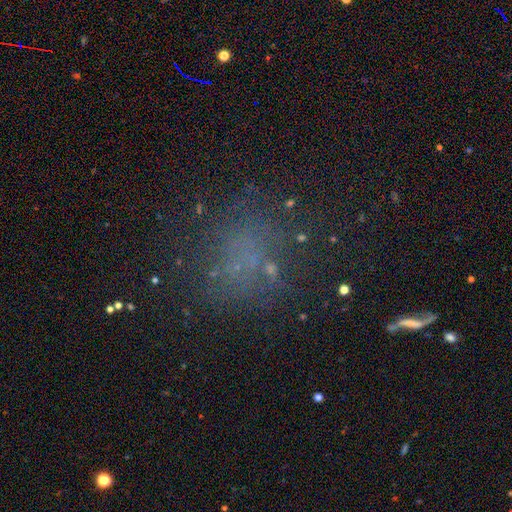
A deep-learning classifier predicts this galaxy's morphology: Smooth or featured?
  - smooth: 45% *
  - star or artifact: 35%
  - featured or disk: 20%
Merging?
  - none: 67% *
  - minor disturbance: 15%
  - major disturbance: 14%
  - merger: 4%